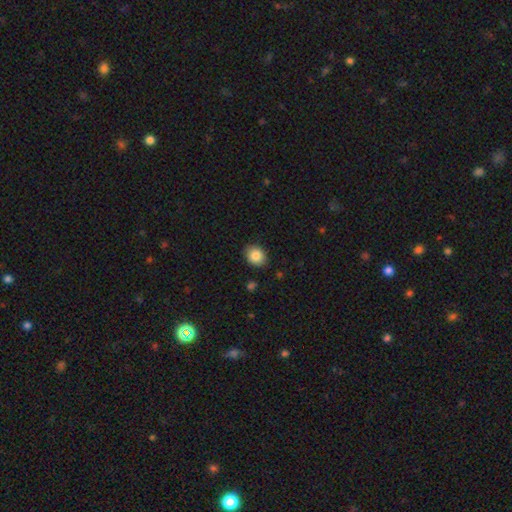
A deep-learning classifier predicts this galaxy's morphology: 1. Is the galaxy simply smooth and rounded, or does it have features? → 86% smooth, 9% star or artifact, 5% featured or disk.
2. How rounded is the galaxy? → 57% round, 42% in between, 1% cigar-shaped.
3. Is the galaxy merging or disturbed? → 87% none, 9% minor disturbance, 2% major disturbance, 1% merger.